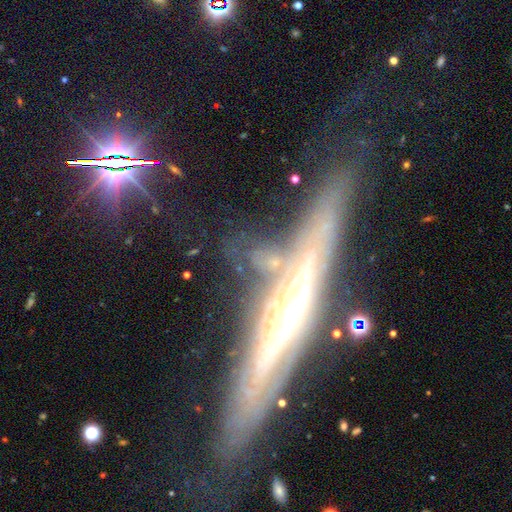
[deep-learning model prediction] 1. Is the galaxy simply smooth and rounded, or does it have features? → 78% featured or disk, 11% smooth, 11% star or artifact.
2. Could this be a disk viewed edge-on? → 85% yes, 15% no.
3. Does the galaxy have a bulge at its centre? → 70% rounded, 18% none, 12% boxy.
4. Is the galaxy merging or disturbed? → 72% none, 15% minor disturbance, 7% major disturbance, 5% merger.